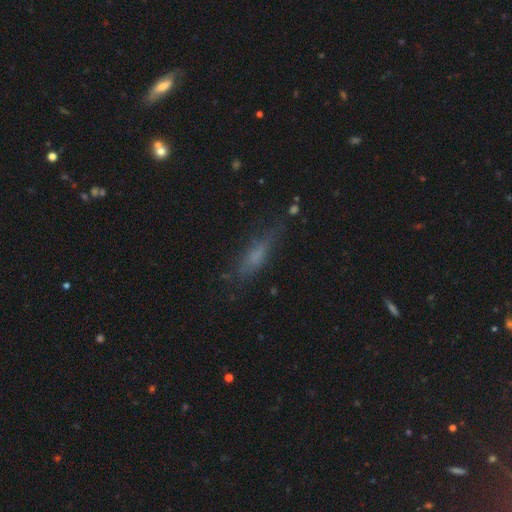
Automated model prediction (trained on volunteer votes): smooth 55%, featured or disk 29%, star or artifact 15%. Down the decision tree: how rounded — cigar-shaped (64%); merging — none (65%).